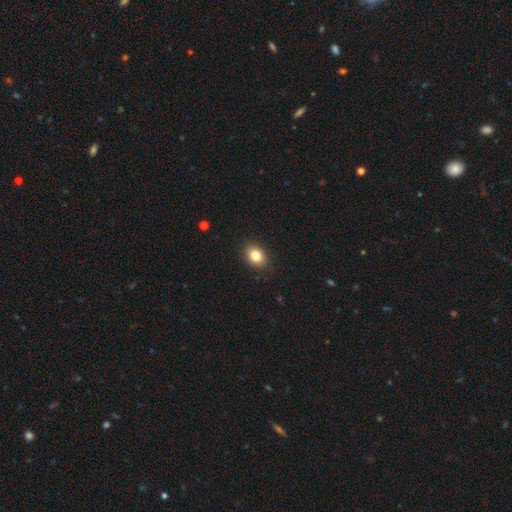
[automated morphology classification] This is clearly a smooth galaxy (83%). How rounded: likely in between (67%). Merging: clearly none (88%).